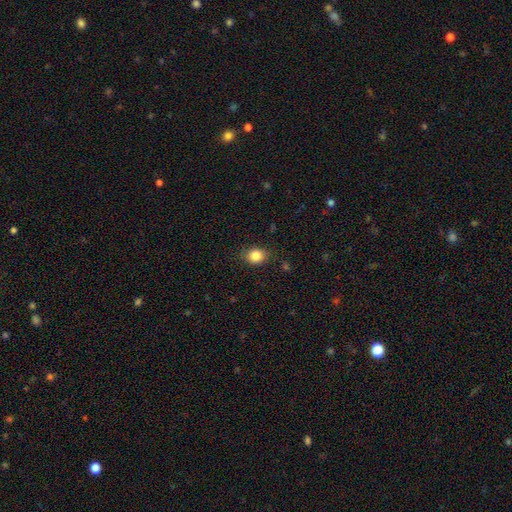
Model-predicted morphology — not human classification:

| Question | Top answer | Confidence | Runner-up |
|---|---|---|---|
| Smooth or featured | smooth | 84% | star or artifact (10%) |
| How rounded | round | 55% | in between (44%) |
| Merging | none | 82% | minor disturbance (14%) |